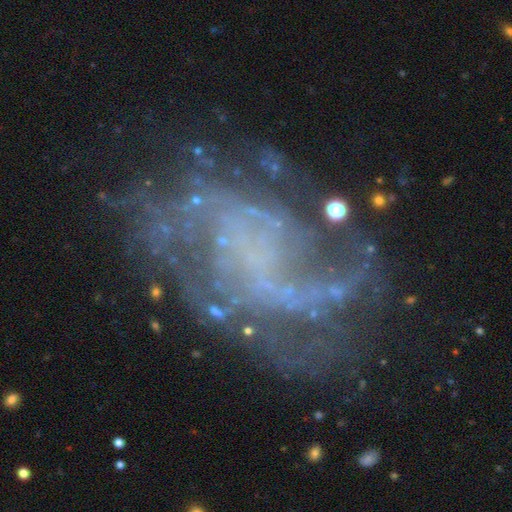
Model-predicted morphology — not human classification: Overall: featured or disk (79%). Edge-on disk: no (98%). Bar: no (66%). Spiral arms: yes (80%). Spiral arm count: 2 (32%; can't tell 31%). Spiral winding: loose (48%; medium 33%). Bulge size: none (75%). Merging: none (51%; major disturbance 28%).